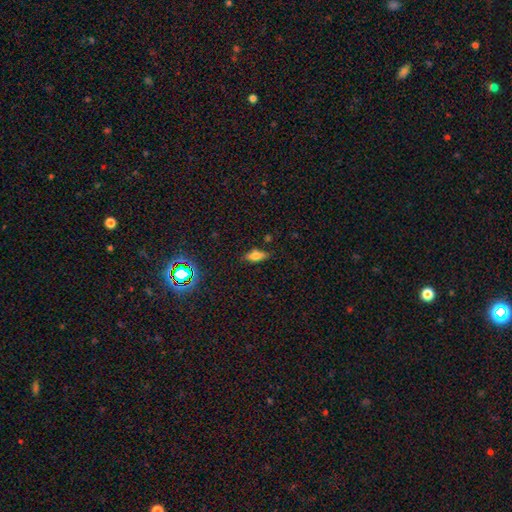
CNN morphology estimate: A smooth galaxy with no disk features (63%) that is in between round and cigar-shaped (72%).

Vote fractions:
- Smooth or featured? smooth: 63% / featured or disk: 24% / star or artifact: 14%
- How rounded? in between: 72% / cigar-shaped: 23% / round: 4%
- Merging? none: 79% / minor disturbance: 15% / major disturbance: 4% / merger: 2%